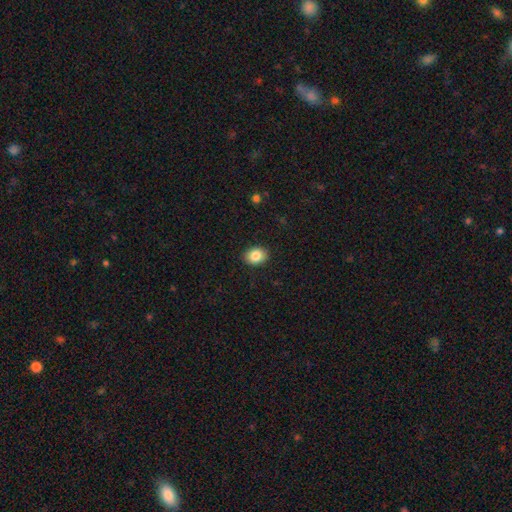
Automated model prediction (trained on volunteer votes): Smooth or featured?
  - smooth: 86% *
  - star or artifact: 8%
  - featured or disk: 6%
How rounded?
  - in between: 59% *
  - round: 40%
  - cigar-shaped: 1%
Merging?
  - none: 90% *
  - minor disturbance: 7%
  - major disturbance: 2%
  - merger: 1%